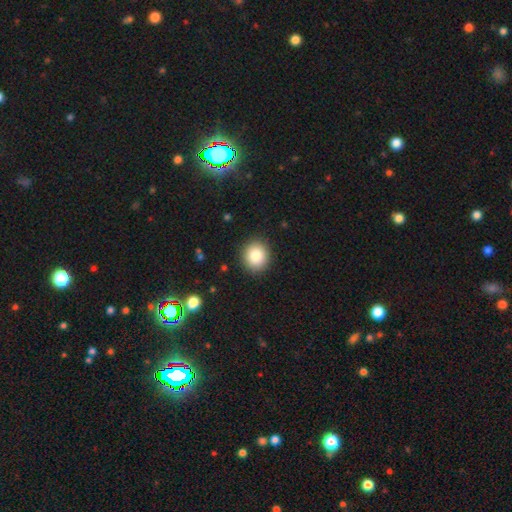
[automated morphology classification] Smooth or featured? smooth (84%)
How rounded? round (83%)
Merging? none (90%)